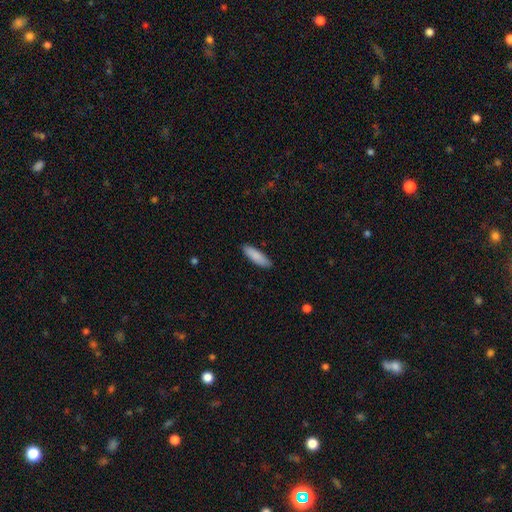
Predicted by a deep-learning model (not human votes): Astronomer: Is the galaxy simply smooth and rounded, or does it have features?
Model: smooth — 87%.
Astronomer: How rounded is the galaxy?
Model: cigar-shaped — 54% (runner-up: in between, 44%).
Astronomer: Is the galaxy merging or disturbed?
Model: none — 89%.